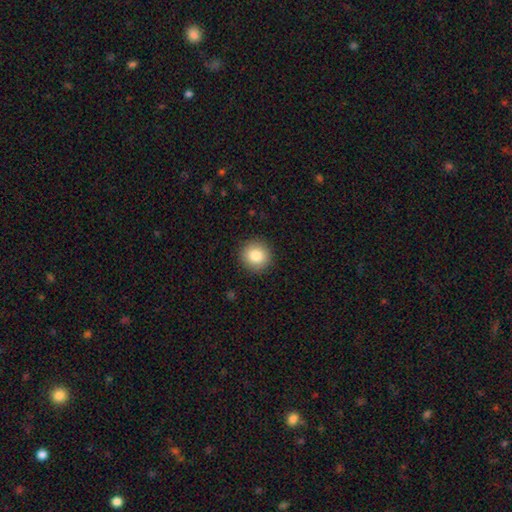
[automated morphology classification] type=smooth (85%); roundness=round (93%); merging=none (91%).